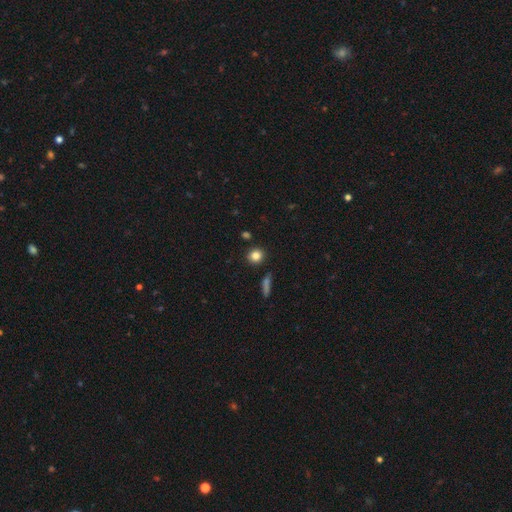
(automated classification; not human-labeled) Overall: smooth (83%). How rounded: round (89%). Merging: none (88%).